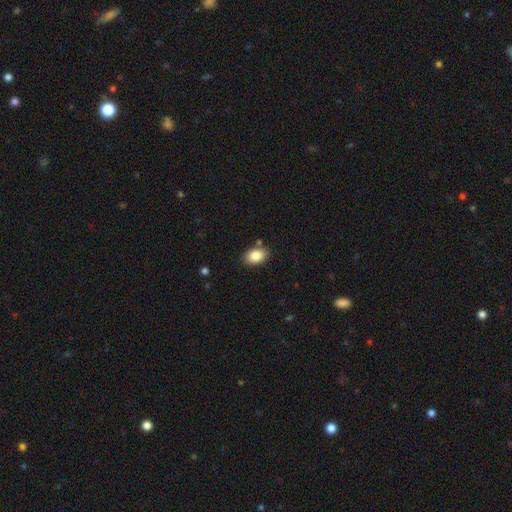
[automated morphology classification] Smooth or featured? smooth (85%)
How rounded? in between (86%)
Merging? none (83%)